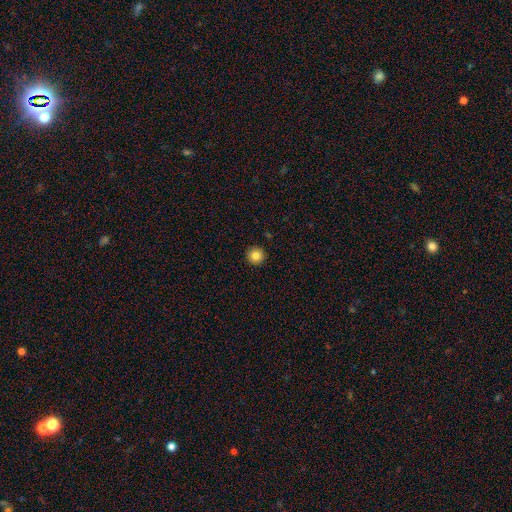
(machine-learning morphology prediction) smooth_or_featured: smooth (p=0.82) [alt: star or artifact p=0.10]
how_rounded: round (p=0.96) [alt: in between p=0.03]
merging: none (p=0.93) [alt: minor disturbance p=0.04]